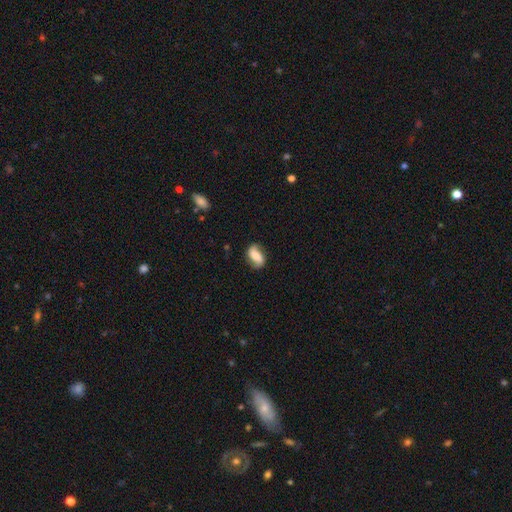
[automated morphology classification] This appears to be a featured or disk galaxy (47%). Merging: none (75%).